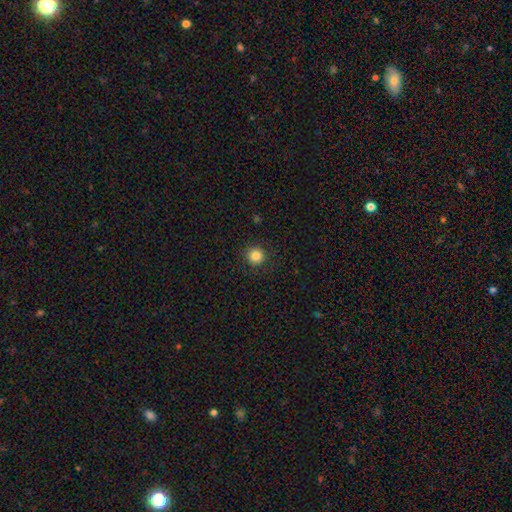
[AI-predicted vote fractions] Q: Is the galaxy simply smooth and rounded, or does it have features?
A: smooth — 84%.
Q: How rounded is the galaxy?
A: round — 95%.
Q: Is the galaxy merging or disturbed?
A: none — 92%.